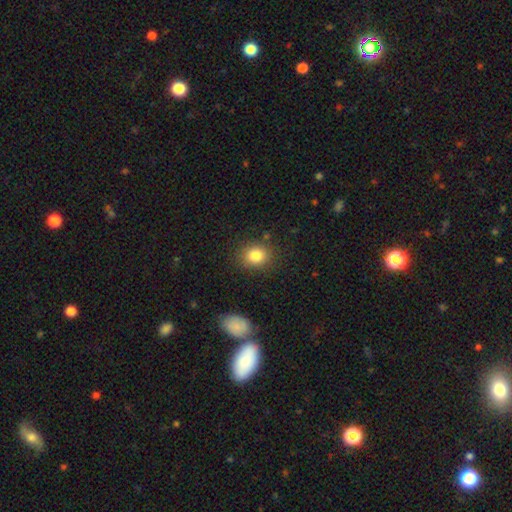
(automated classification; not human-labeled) Morphology: type=smooth (83%); roundness=round (58%); merging=none (84%).